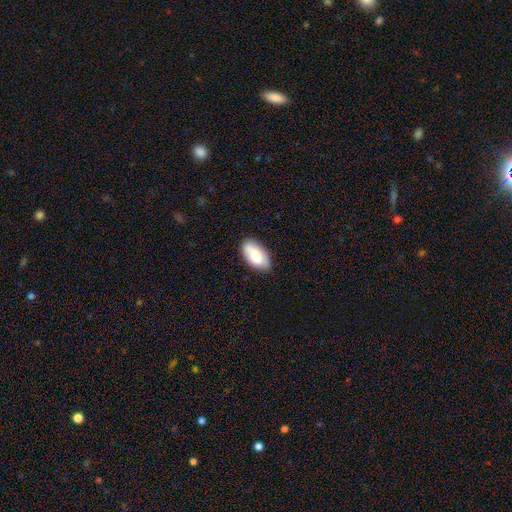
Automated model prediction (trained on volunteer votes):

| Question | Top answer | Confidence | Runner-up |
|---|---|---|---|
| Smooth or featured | smooth | 78% | featured or disk (15%) |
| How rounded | in between | 94% | cigar-shaped (3%) |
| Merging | none | 83% | minor disturbance (13%) |